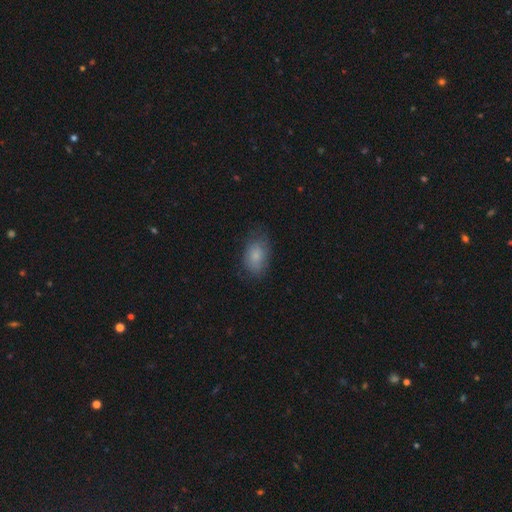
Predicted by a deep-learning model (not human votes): The model was most divided on "merging": none: 69%, minor disturbance: 22%, major disturbance: 8%, merger: 1%. More confident: how rounded — in between (88%); smooth or featured — smooth (78%).